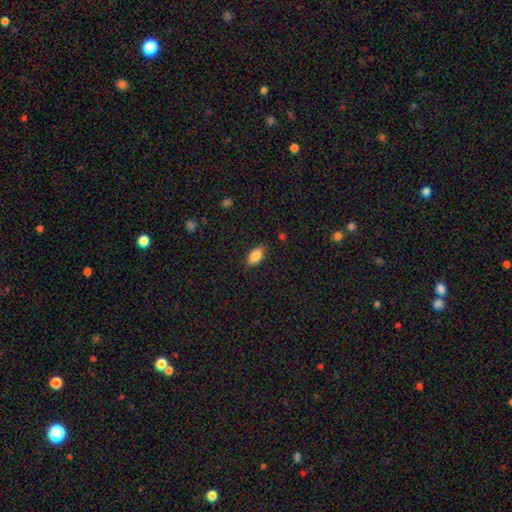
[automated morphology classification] A smooth galaxy with no disk features (85%) that is in between round and cigar-shaped (89%). Merging: none (84%).